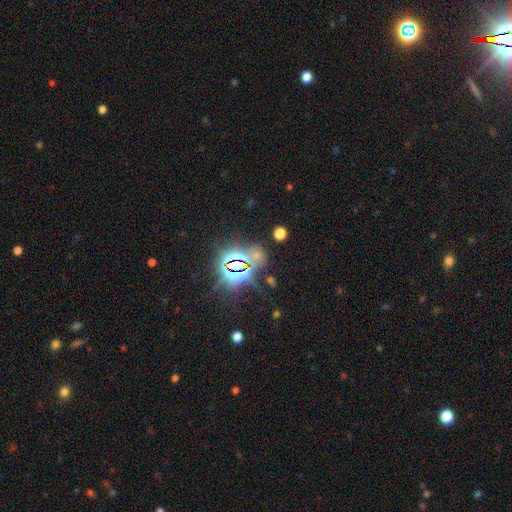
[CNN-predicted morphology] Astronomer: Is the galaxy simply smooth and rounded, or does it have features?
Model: star or artifact — 73%.